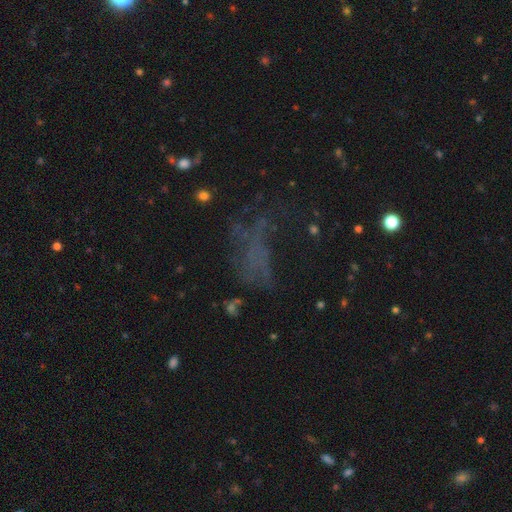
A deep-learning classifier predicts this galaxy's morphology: This appears to be a star or artifact, not a galaxy (38%).